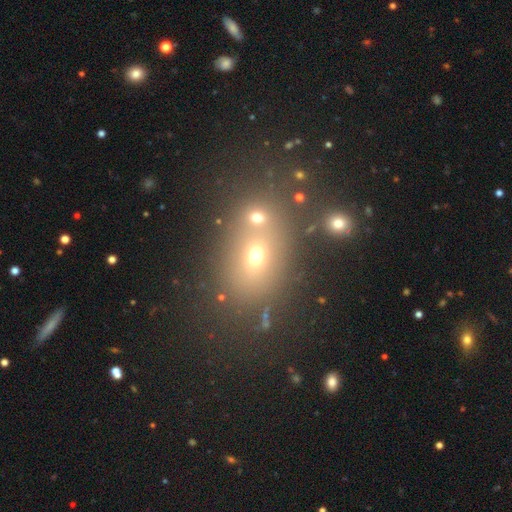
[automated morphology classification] This is possibly a smooth galaxy (55%). How rounded: possibly in between (59%). Merging: possibly none (58%).